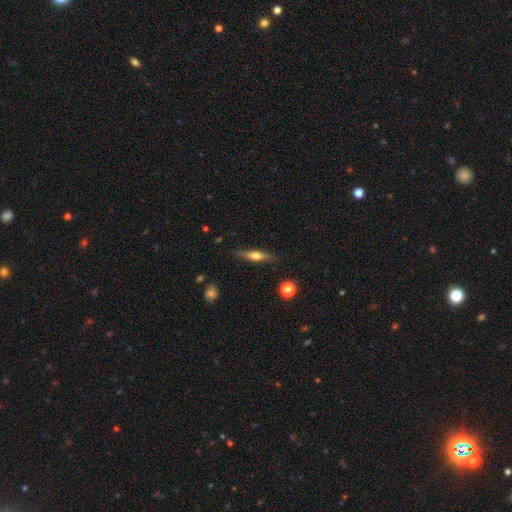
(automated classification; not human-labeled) Smooth or featured: featured or disk — 51% (smooth — 42%)
Edge-on disk: yes — 93% (no — 7%)
Merging: none — 84% (minor disturbance — 12%)